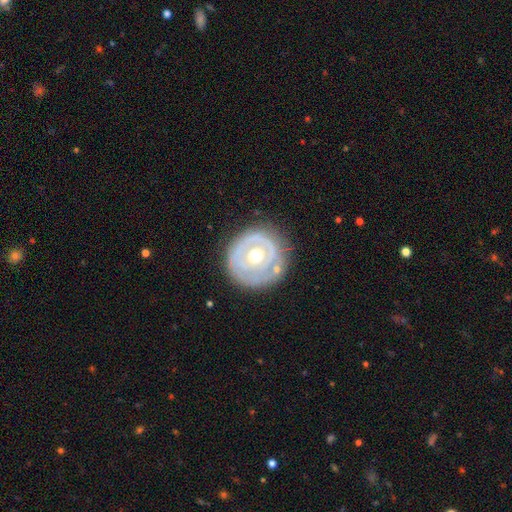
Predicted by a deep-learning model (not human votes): Overall: featured or disk (67%; smooth 28%). Edge-on disk: no (96%). Bar: no (84%). Spiral arms: no (65%; yes 35%). Bulge size: moderate (76%). Merging: none (73%).